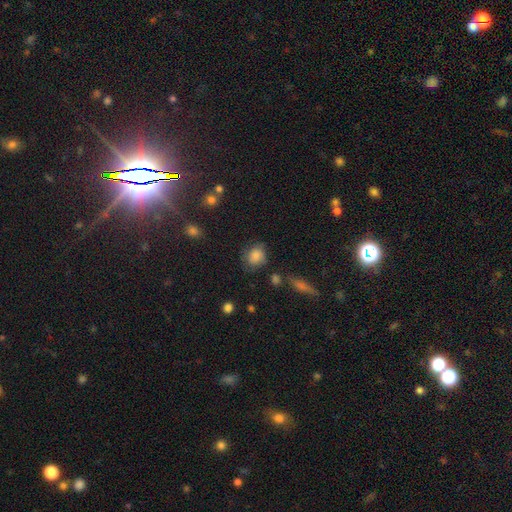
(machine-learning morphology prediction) smooth 79%, featured or disk 12%, star or artifact 9%. Down the decision tree: how rounded — round (62%); merging — none (64%).